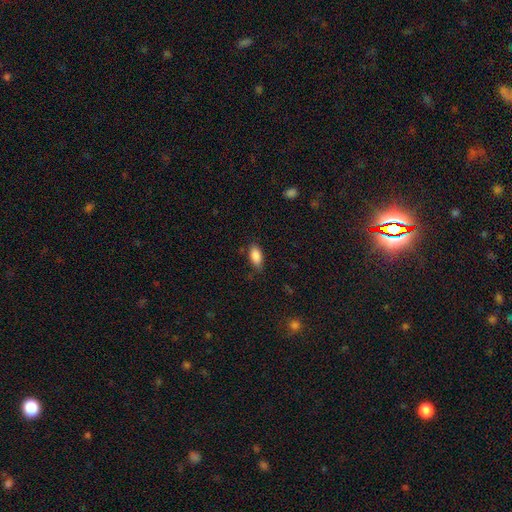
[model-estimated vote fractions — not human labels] smooth_or_featured: smooth (p=0.87) [alt: star or artifact p=0.07]
how_rounded: in between (p=0.89) [alt: cigar-shaped p=0.08]
merging: none (p=0.78) [alt: minor disturbance p=0.17]